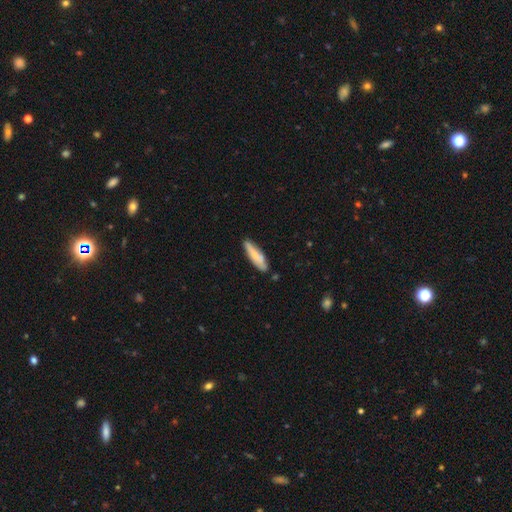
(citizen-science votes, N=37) Smooth or featured? smooth (78%)
How rounded? cigar-shaped (69%)
Merging? none (72%)